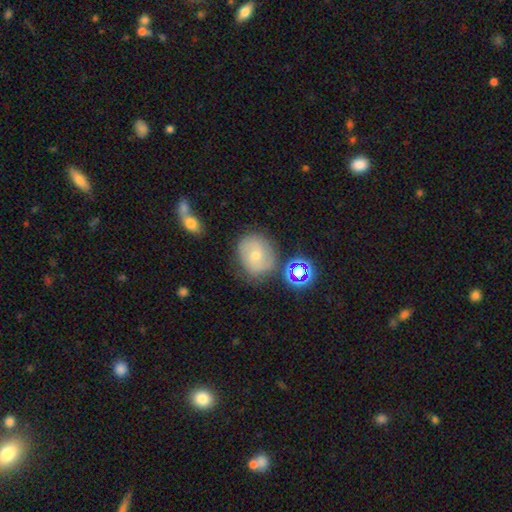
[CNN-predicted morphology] smooth_or_featured: smooth (p=0.45) [alt: featured or disk p=0.42]
merging: none (p=0.67) [alt: minor disturbance p=0.19]